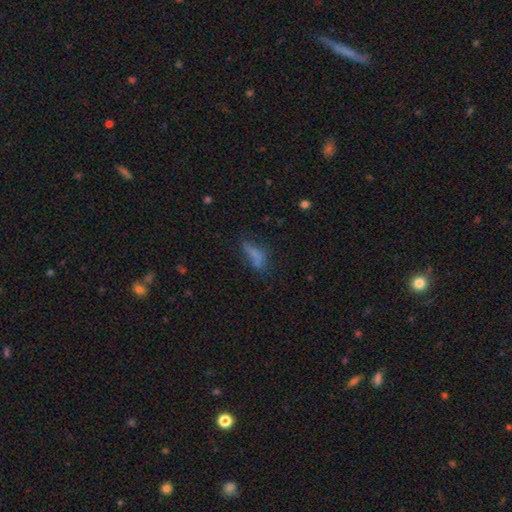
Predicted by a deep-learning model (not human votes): The model was most divided on "how rounded" (2-way tie): in between: 48%, cigar-shaped: 48%, round: 4%. Remaining: smooth or featured — smooth (61%); merging — none (46%).